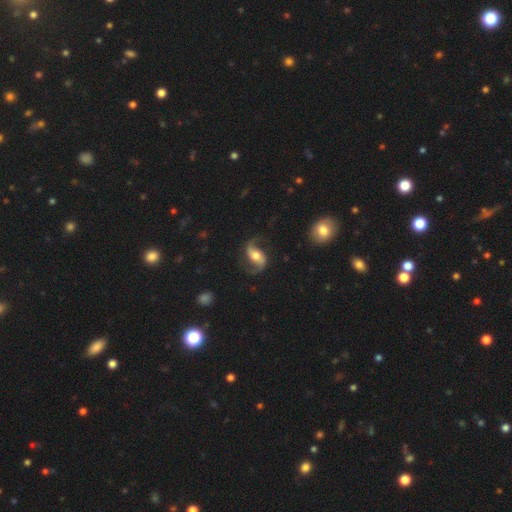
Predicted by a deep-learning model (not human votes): Morphology: type=featured or disk (87%); edge-on=no (97%); bar=no (36%, tied with weak); spiral arms=yes (96%); winding=loose (67%); arm count=2 (93%); bulge=moderate (65%); merging=none (76%).